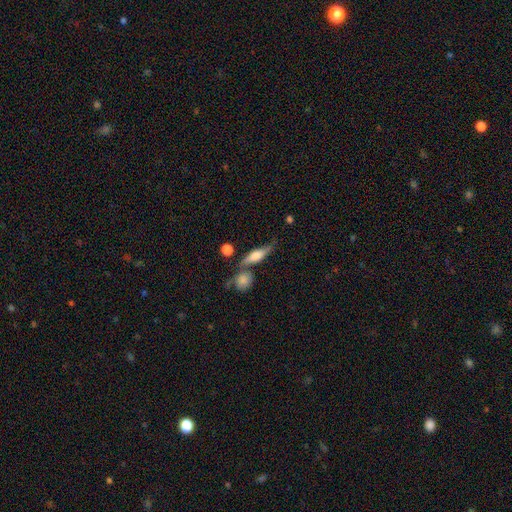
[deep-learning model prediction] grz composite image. It shows a smooth galaxy with no disk features (47%). Merging: none (61%).